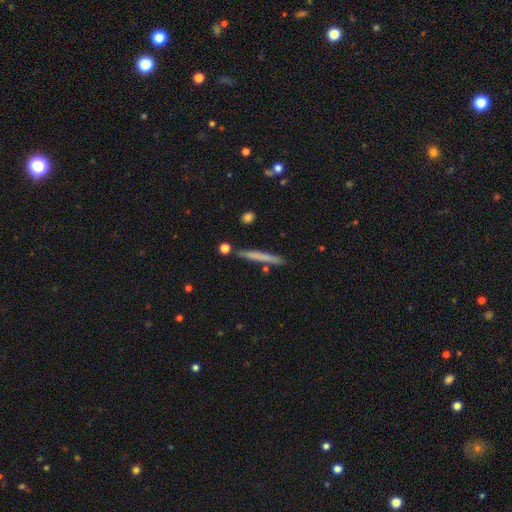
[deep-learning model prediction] smooth-or-featured: smooth: 61% | featured or disk: 32% | star or artifact: 7%
  how-rounded: cigar-shaped: 96% | in between: 2% | round: 2%
  merging: none: 87% | minor disturbance: 8% | merger: 3% | major disturbance: 2%